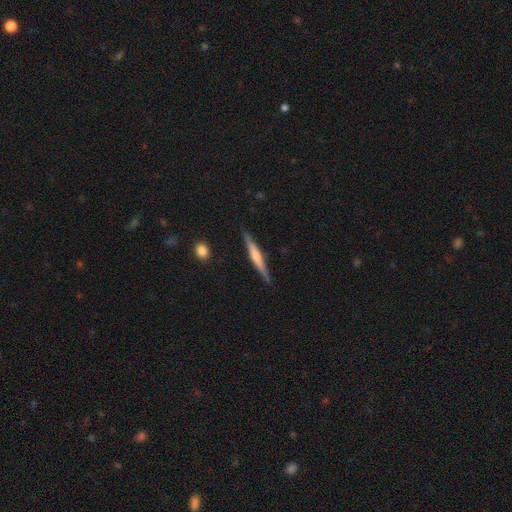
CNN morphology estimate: Smooth or featured?
  - featured or disk: 58% *
  - smooth: 37%
  - star or artifact: 6%
Edge-on disk?
  - yes: 97% *
  - no: 3%
Edge-on bulge?
  - rounded: 59% *
  - none: 23%
  - boxy: 18%
Merging?
  - none: 87% *
  - minor disturbance: 10%
  - major disturbance: 2%
  - merger: 1%